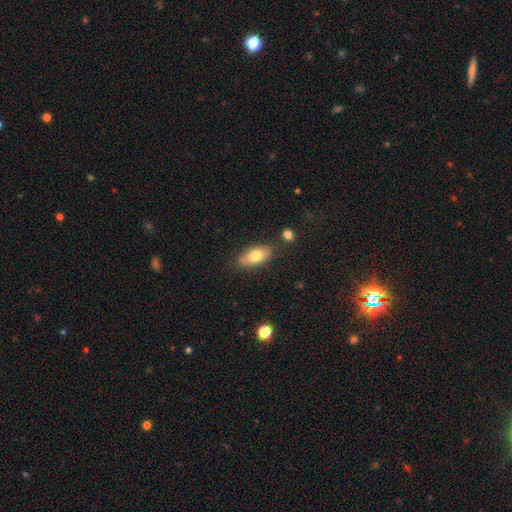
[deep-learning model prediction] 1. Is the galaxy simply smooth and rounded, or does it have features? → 73% smooth, 20% featured or disk, 7% star or artifact.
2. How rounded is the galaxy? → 87% in between, 9% cigar-shaped, 4% round.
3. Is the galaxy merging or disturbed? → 78% none, 15% minor disturbance, 4% merger, 3% major disturbance.